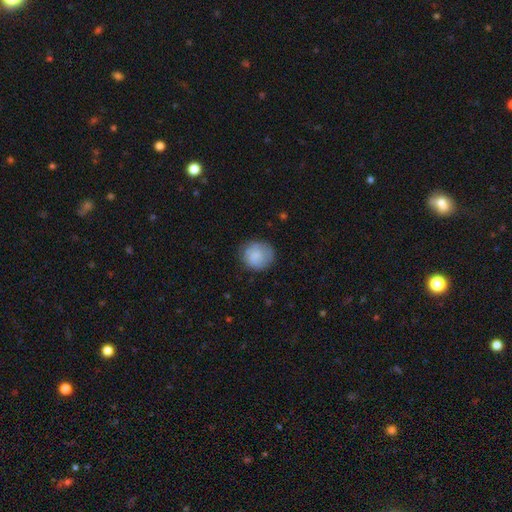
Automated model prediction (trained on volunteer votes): A smooth galaxy with no disk features (80%) that is round (84%).

Vote fractions:
- Smooth or featured? smooth: 80% / featured or disk: 14% / star or artifact: 7%
- How rounded? round: 84% / in between: 15% / cigar-shaped: 1%
- Merging? none: 76% / minor disturbance: 18% / major disturbance: 5% / merger: 1%